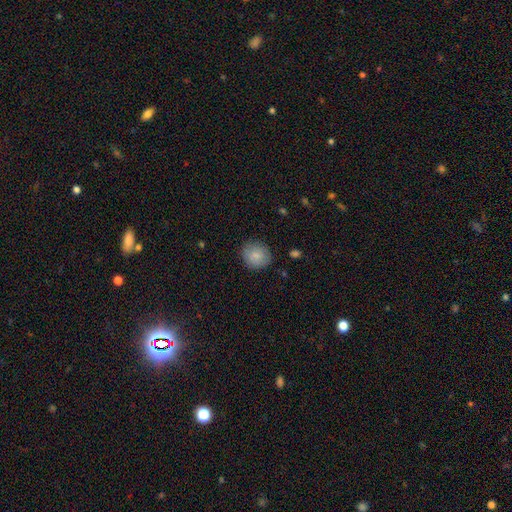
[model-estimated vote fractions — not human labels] smooth 84%, featured or disk 8%, star or artifact 7%. Down the decision tree: how rounded — round (78%); merging — none (83%).